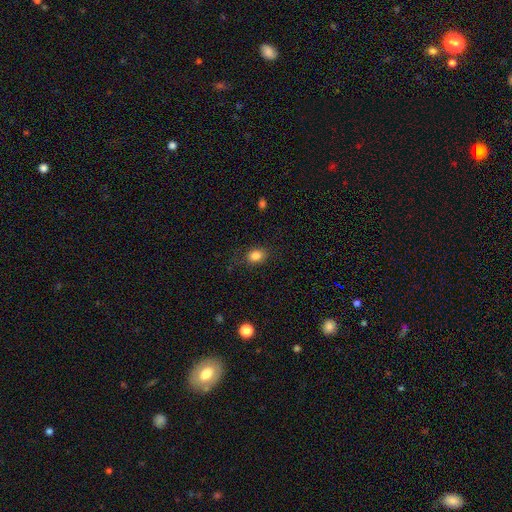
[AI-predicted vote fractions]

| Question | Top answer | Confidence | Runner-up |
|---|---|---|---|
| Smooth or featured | smooth | 84% | star or artifact (10%) |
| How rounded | in between | 63% | round (36%) |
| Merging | none | 78% | minor disturbance (15%) |